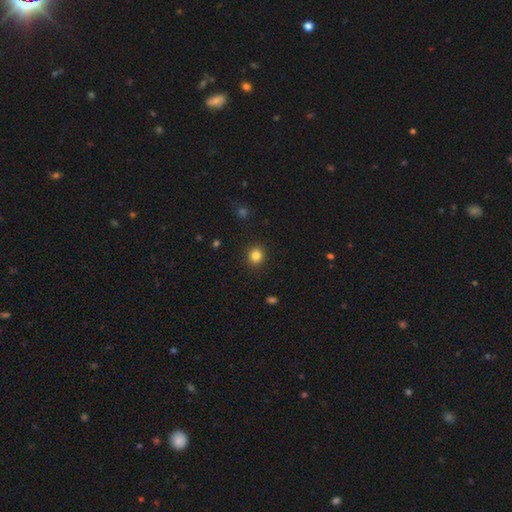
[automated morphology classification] The model was most divided on "smooth or featured": smooth: 84%, star or artifact: 11%, featured or disk: 5%. More confident: merging — none (91%); how rounded — round (88%).